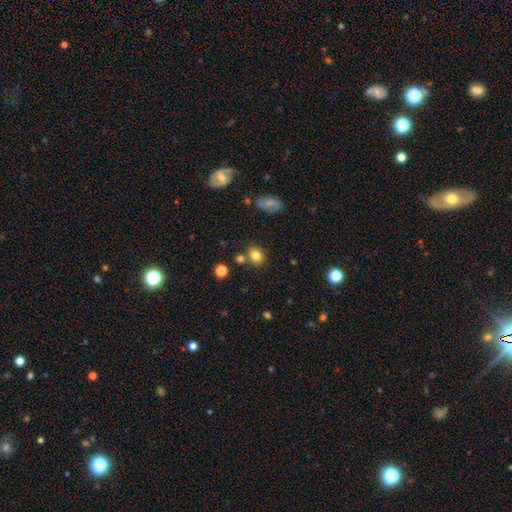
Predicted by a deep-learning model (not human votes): A smooth galaxy with no disk features (81%) that is round (56%). Merging: none (74%).